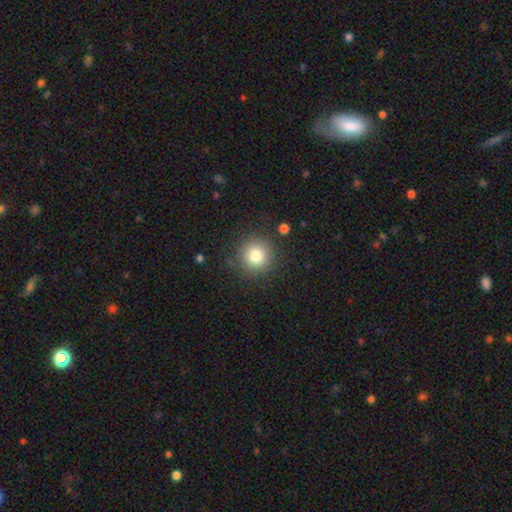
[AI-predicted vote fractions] This is clearly a smooth galaxy (80%). How rounded: clearly round (94%). Merging: clearly none (87%).